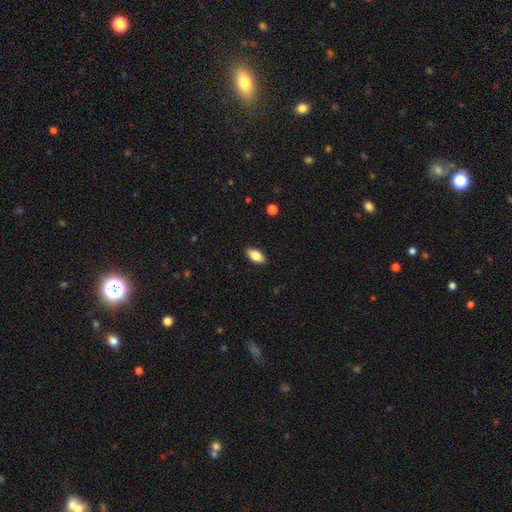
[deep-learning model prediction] smooth-or-featured: smooth: 80% | featured or disk: 13% | star or artifact: 7%
  how-rounded: in between: 90% | cigar-shaped: 7% | round: 3%
  merging: none: 89% | minor disturbance: 8% | major disturbance: 2% | merger: 1%